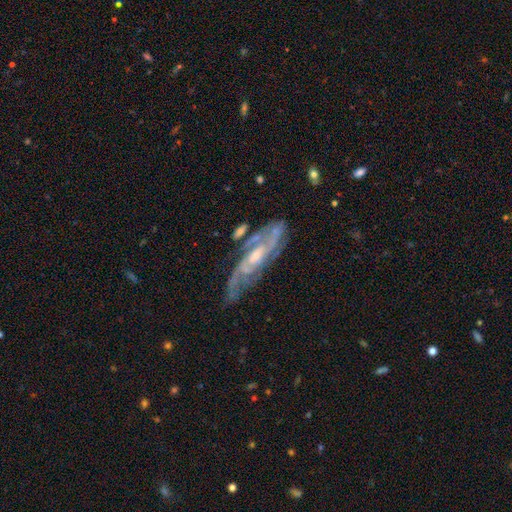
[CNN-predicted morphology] Overall: featured or disk (85%). Edge-on disk: no (82%). Bar: no (48%; weak 40%). Spiral arms: yes (94%). Spiral arm count: 2 (36%; can't tell 27%). Spiral winding: medium (44%; tight 43%). Bulge size: small (46%; moderate 45%). Merging: none (63%).